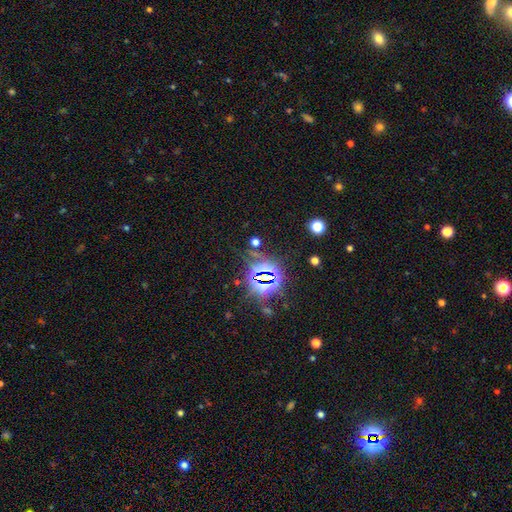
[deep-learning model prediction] smooth-or-featured: star or artifact: 81% | smooth: 10% | featured or disk: 8%